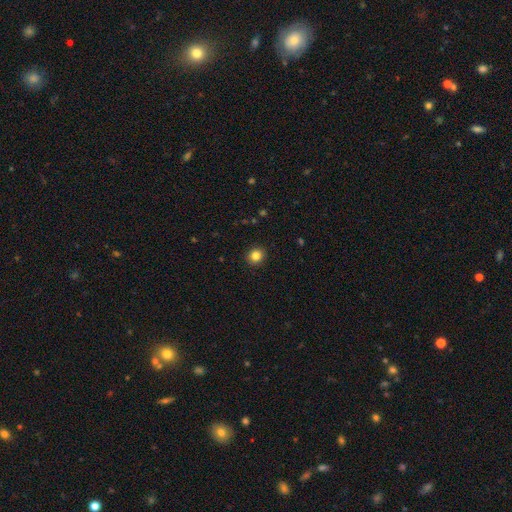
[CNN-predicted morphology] This is clearly a smooth galaxy (84%). How rounded: clearly round (88%). Merging: clearly none (92%).